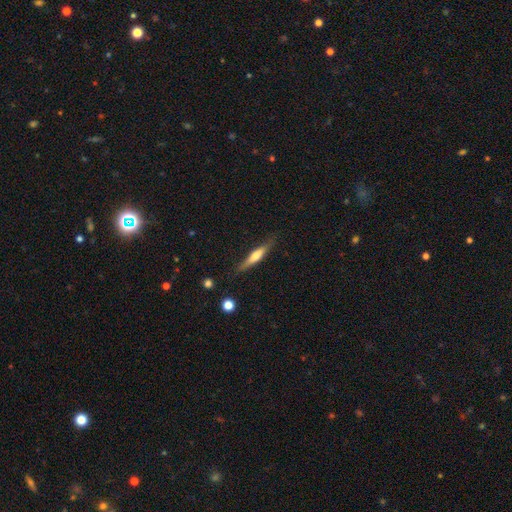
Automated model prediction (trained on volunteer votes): A featured or disk galaxy (49%). Merging: none (82%).